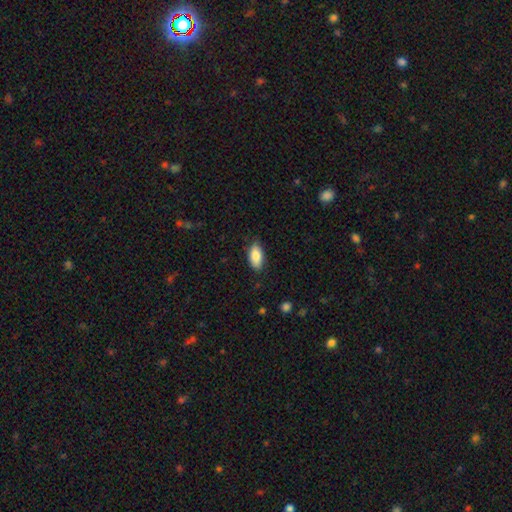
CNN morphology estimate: smooth 86%, featured or disk 8%, star or artifact 7%. Down the decision tree: how rounded — in between (91%); merging — none (81%).